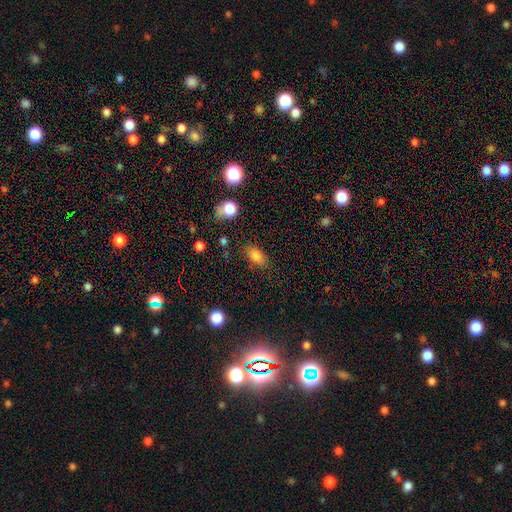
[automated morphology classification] This is clearly a smooth galaxy (83%). How rounded: clearly in between (87%). Merging: likely none (80%).